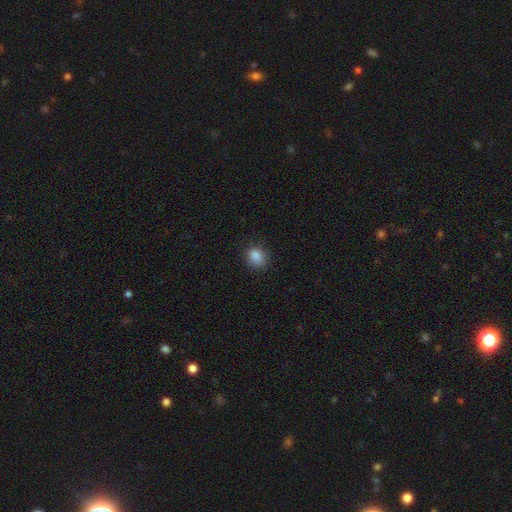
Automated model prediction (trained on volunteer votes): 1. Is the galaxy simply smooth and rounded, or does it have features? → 86% smooth, 10% star or artifact, 3% featured or disk.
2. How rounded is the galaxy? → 66% round, 33% in between, 1% cigar-shaped.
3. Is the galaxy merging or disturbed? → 84% none, 12% minor disturbance, 3% major disturbance, 1% merger.